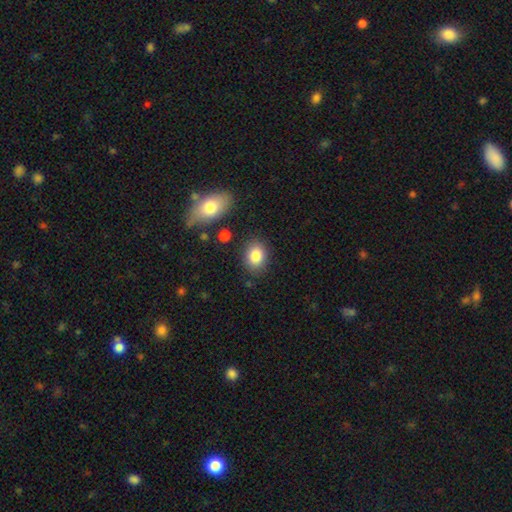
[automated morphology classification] type=smooth (84%); roundness=in between (66%); merging=none (84%).